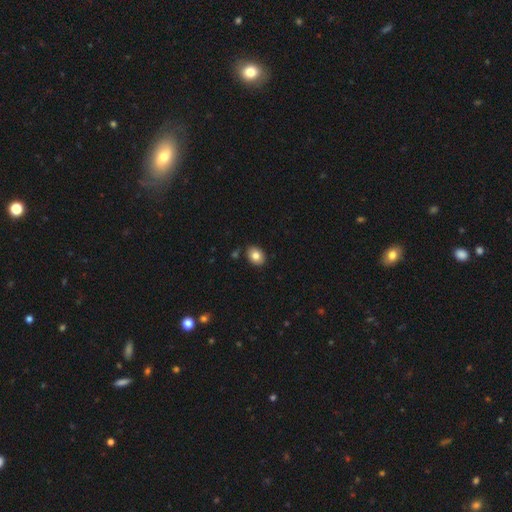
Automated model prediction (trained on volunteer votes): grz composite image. It shows a smooth galaxy with no disk features (82%) that is in between round and cigar-shaped (69%). Merging: none (86%).